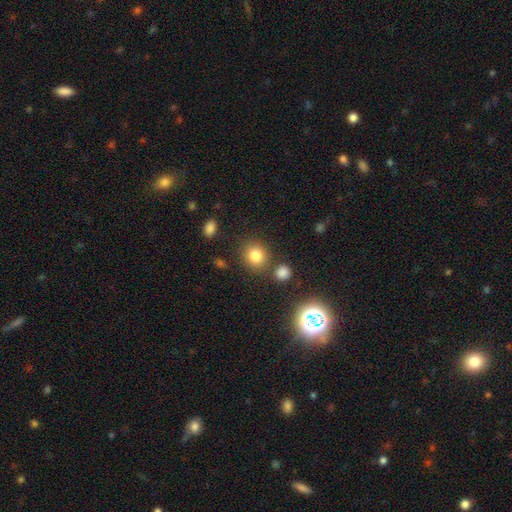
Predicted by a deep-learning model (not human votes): A smooth galaxy with no disk features (81%) that is round (81%).

Vote fractions:
- Smooth or featured? smooth: 81% / star or artifact: 13% / featured or disk: 6%
- How rounded? round: 81% / in between: 18% / cigar-shaped: 1%
- Merging? none: 78% / minor disturbance: 9% / merger: 9% / major disturbance: 4%